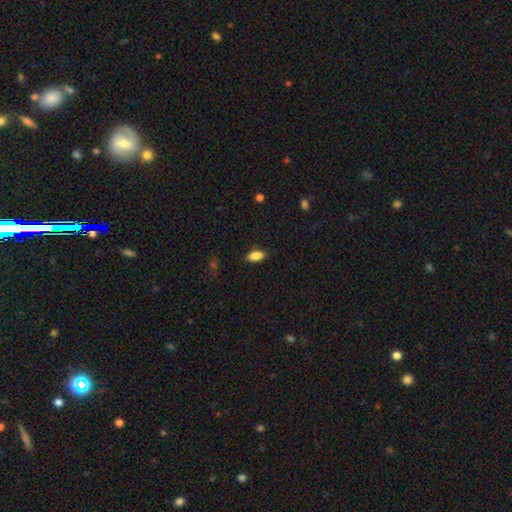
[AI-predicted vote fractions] smooth 86%, star or artifact 8%, featured or disk 7%. Down the decision tree: how rounded — in between (87%); merging — none (86%).